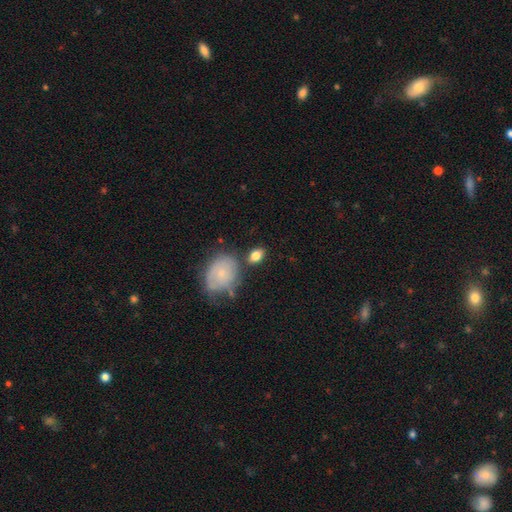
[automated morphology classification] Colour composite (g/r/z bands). It shows a smooth galaxy with no disk features (78%) that is in between round and cigar-shaped (77%). Merging: none (71%).